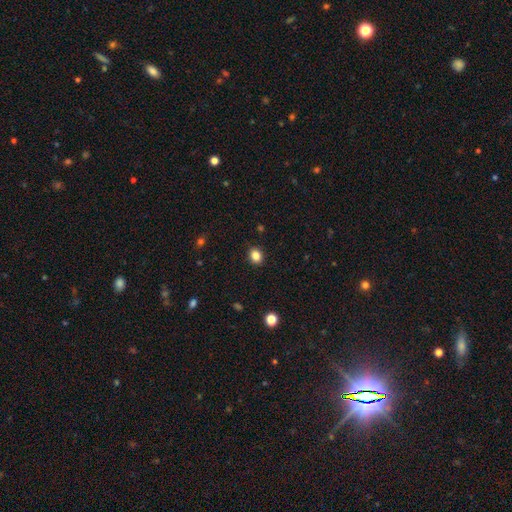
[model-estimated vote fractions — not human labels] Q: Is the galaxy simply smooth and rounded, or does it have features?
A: smooth — 85%.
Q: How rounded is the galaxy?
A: round — 56%.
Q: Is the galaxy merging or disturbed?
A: none — 90%.